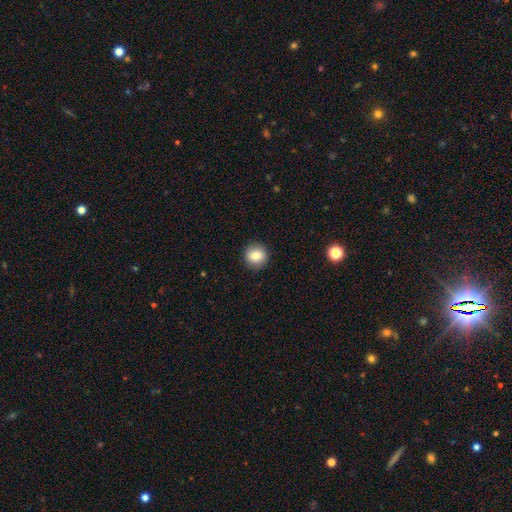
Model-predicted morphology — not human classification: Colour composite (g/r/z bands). It shows a smooth galaxy with no disk features (82%) that is round (92%). Merging: none (91%).